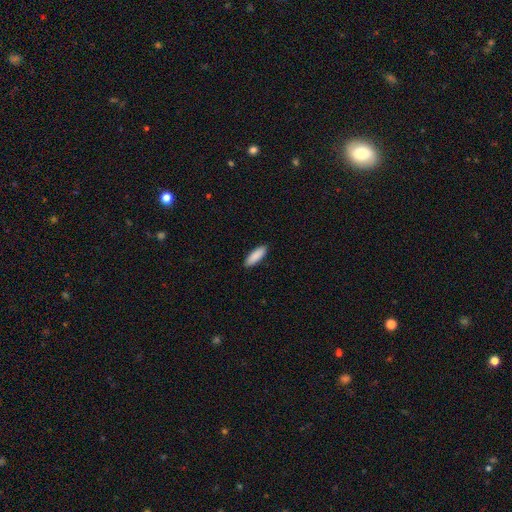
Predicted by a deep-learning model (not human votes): Smooth or featured?
  - smooth: 90% *
  - star or artifact: 5%
  - featured or disk: 5%
How rounded?
  - in between: 59% *
  - cigar-shaped: 40%
  - round: 2%
Merging?
  - none: 90% *
  - minor disturbance: 7%
  - major disturbance: 2%
  - merger: 1%